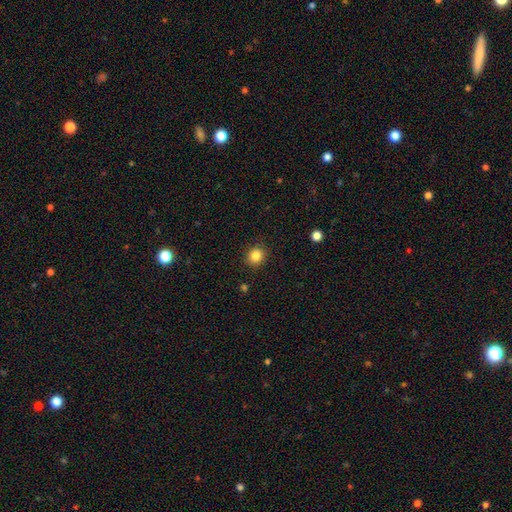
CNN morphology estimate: Smooth or featured: smooth — 84% (star or artifact — 11%)
How rounded: round — 78% (in between — 21%)
Merging: none — 89% (minor disturbance — 8%)